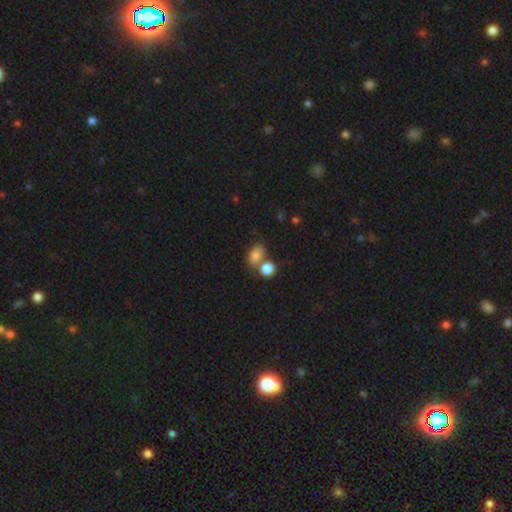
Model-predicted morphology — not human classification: Smooth or featured? smooth (81%)
How rounded? in between (75%)
Merging? none (46%)